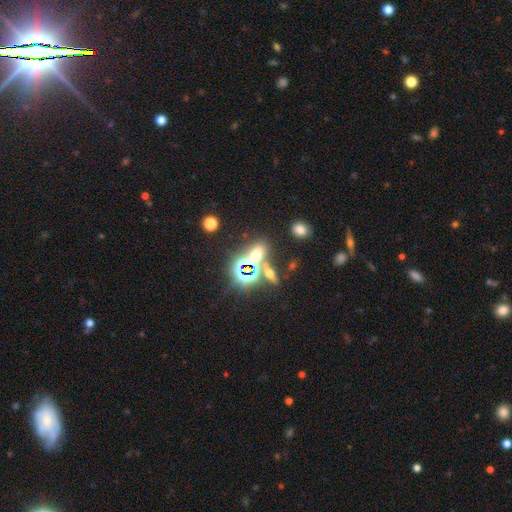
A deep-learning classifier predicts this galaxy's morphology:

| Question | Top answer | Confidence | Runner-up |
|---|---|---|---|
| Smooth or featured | star or artifact | 46% | smooth (41%) |